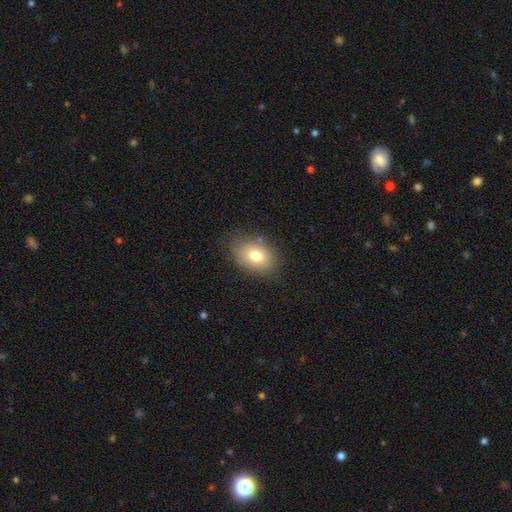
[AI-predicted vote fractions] Smooth or featured? Predicted: smooth (p=0.78). How rounded? Predicted: in between (p=0.76). Merging? Predicted: none (p=0.78).